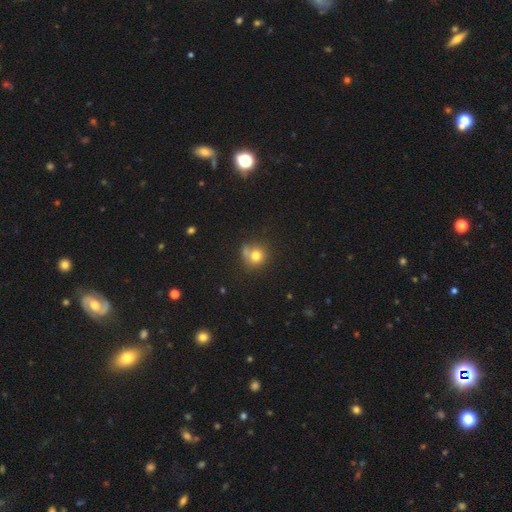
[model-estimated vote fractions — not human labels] Overall: smooth (76%). How rounded: round (88%). Merging: none (58%; merger 19%).